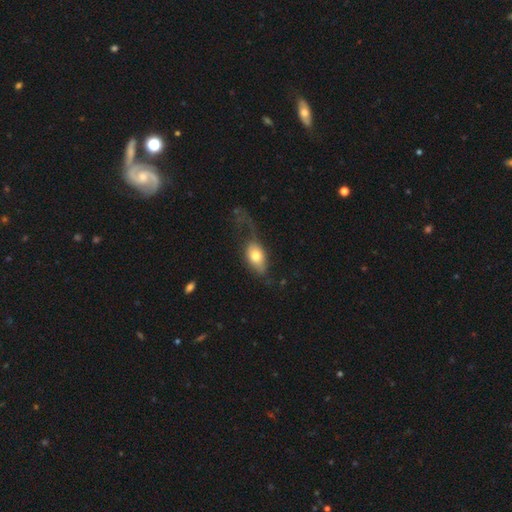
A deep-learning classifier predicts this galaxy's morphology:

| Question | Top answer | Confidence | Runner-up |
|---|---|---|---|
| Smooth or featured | smooth | 69% | featured or disk (24%) |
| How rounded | in between | 87% | round (9%) |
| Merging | major disturbance | 45% | none (30%) |